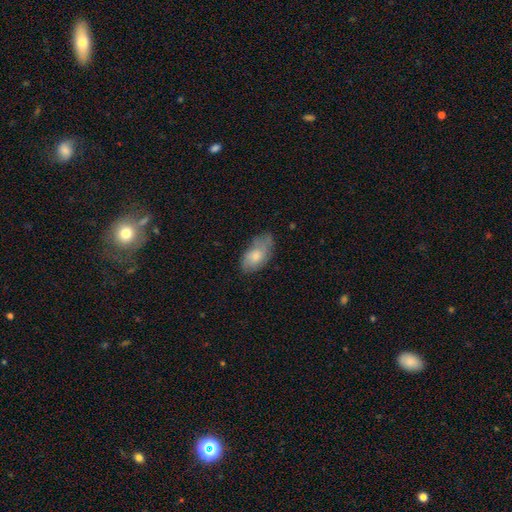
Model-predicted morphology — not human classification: smooth-or-featured: smooth: 64% | featured or disk: 29% | star or artifact: 7%
  how-rounded: in between: 93% | round: 4% | cigar-shaped: 3%
  merging: none: 48% | minor disturbance: 36% | major disturbance: 14% | merger: 2%